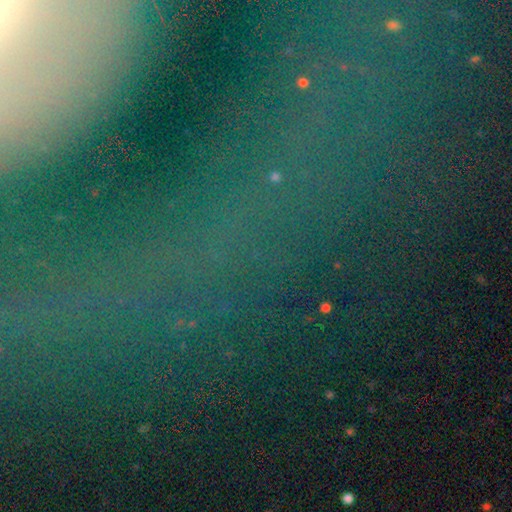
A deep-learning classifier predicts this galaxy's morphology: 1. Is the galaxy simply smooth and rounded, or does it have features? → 65% star or artifact, 18% featured or disk, 17% smooth.